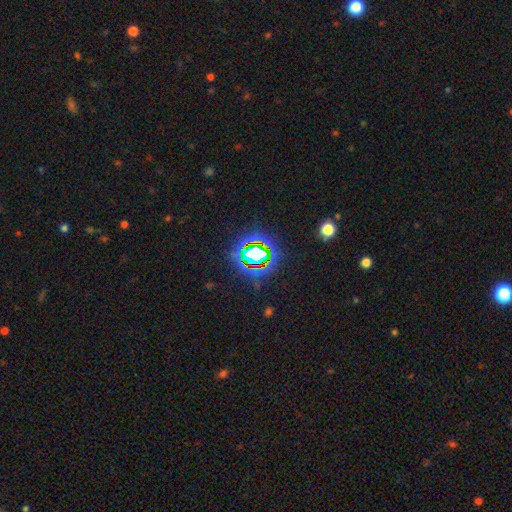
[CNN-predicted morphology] This is likely a star or artifact rather than a galaxy (71%).